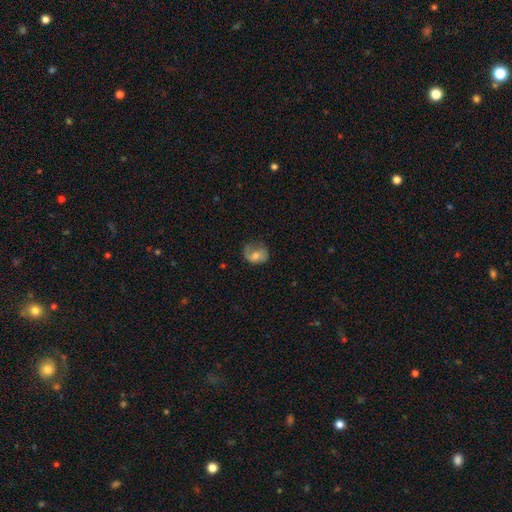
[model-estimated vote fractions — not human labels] A smooth galaxy with no disk features (50%) that is round (53%).

Vote fractions:
- Smooth or featured? smooth: 50% / featured or disk: 41% / star or artifact: 9%
- How rounded? round: 53% / in between: 46% / cigar-shaped: 1%
- Merging? none: 43% / minor disturbance: 28% / major disturbance: 27% / merger: 2%